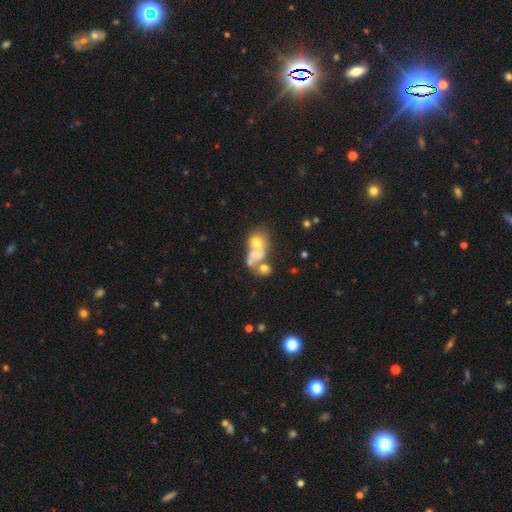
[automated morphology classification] smooth-or-featured: smooth: 47% | featured or disk: 40% | star or artifact: 13%
  merging: merger: 59% | major disturbance: 16% | none: 16% | minor disturbance: 9%